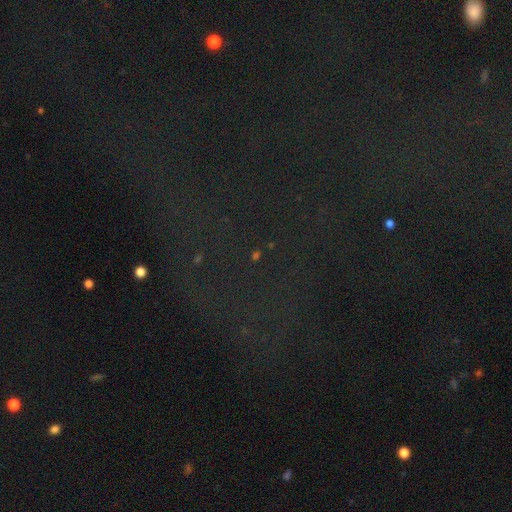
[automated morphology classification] smooth_or_featured: star or artifact (p=0.71) [alt: smooth p=0.19]